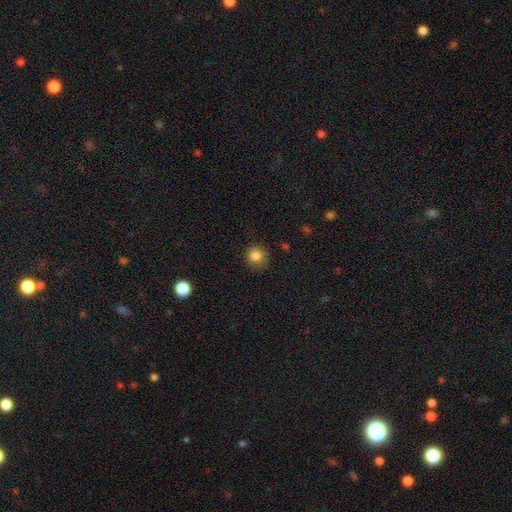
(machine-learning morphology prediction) smooth_or_featured: smooth (p=0.84) [alt: star or artifact p=0.11]
how_rounded: round (p=0.90) [alt: in between p=0.09]
merging: none (p=0.77) [alt: minor disturbance p=0.17]